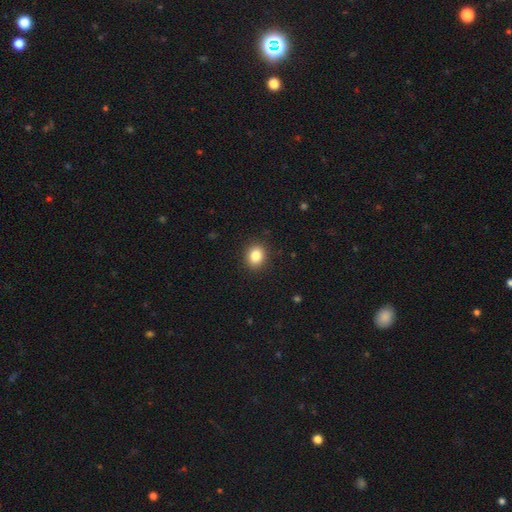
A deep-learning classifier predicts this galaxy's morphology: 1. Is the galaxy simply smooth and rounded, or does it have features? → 85% smooth, 10% star or artifact, 5% featured or disk.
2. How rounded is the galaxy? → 57% round, 42% in between, 1% cigar-shaped.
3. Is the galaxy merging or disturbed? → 90% none, 7% minor disturbance, 2% major disturbance, 1% merger.